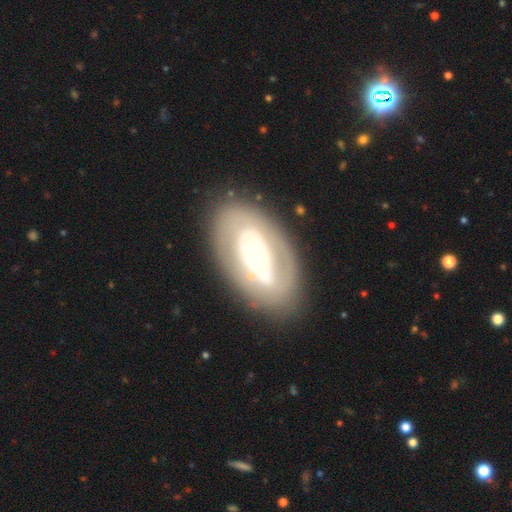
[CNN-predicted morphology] A featured or disk galaxy (71%) with no bar (70%), no spiral arms (55%) and a small central bulge (51%). Merging: none (76%).